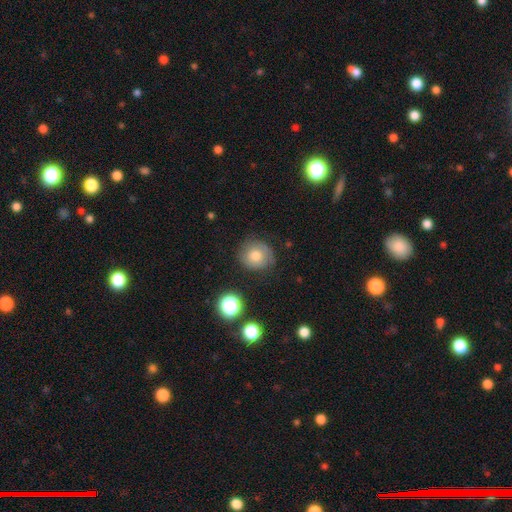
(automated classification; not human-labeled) smooth 68%, featured or disk 20%, star or artifact 12%. Down the decision tree: how rounded — round (85%); merging — none (77%).